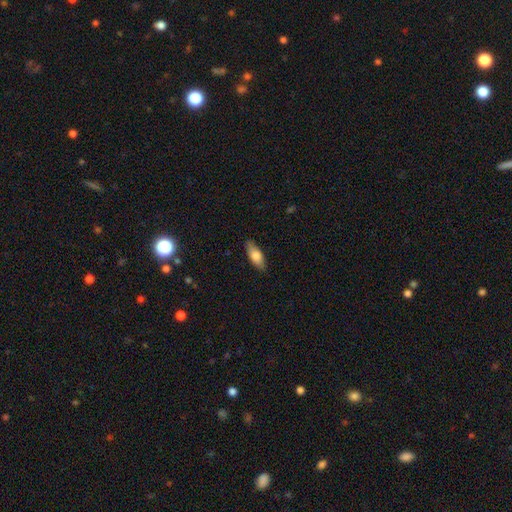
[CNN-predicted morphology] Smooth or featured?
  - smooth: 79% *
  - featured or disk: 15%
  - star or artifact: 6%
How rounded?
  - in between: 76% *
  - cigar-shaped: 22%
  - round: 2%
Merging?
  - none: 84% *
  - minor disturbance: 12%
  - major disturbance: 2%
  - merger: 1%